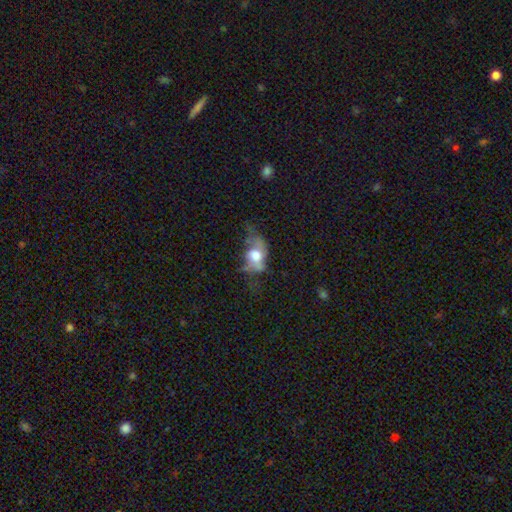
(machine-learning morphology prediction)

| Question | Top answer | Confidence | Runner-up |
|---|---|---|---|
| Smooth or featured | smooth | 46% | featured or disk (45%) |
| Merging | major disturbance | 43% | none (27%) |